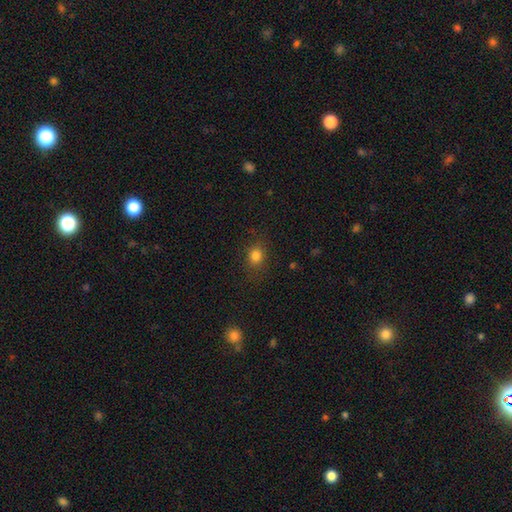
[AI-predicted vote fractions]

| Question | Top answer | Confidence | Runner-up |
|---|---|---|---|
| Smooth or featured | smooth | 80% | star or artifact (13%) |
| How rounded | round | 63% | in between (36%) |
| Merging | none | 82% | minor disturbance (12%) |